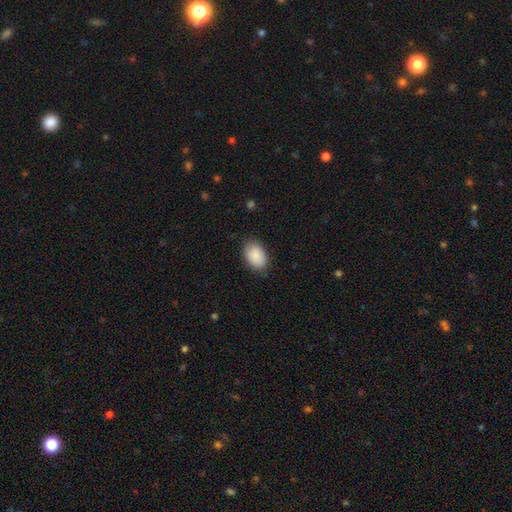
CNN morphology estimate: Smooth or featured? Predicted: smooth (p=0.90). How rounded? Predicted: in between (p=0.89). Merging? Predicted: none (p=0.85).